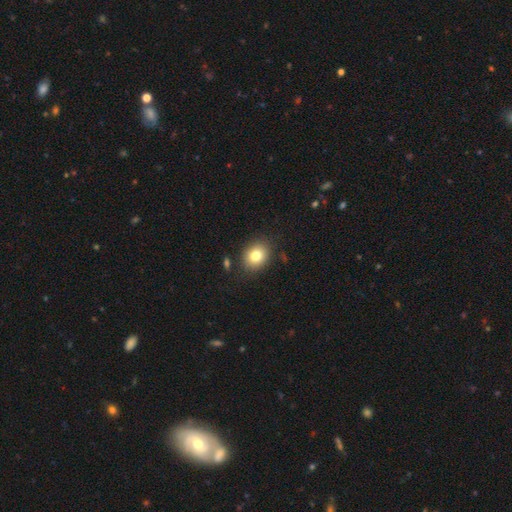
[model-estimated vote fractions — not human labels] Smooth or featured?
  - smooth: 79% *
  - star or artifact: 11%
  - featured or disk: 10%
How rounded?
  - round: 55% *
  - in between: 44%
  - cigar-shaped: 1%
Merging?
  - none: 84% *
  - minor disturbance: 11%
  - major disturbance: 3%
  - merger: 3%